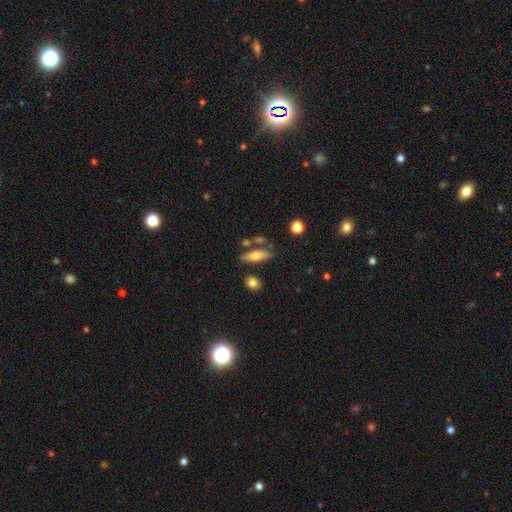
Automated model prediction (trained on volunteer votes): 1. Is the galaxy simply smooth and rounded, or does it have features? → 67% smooth, 25% featured or disk, 8% star or artifact.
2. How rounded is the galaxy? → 49% in between, 48% cigar-shaped, 3% round.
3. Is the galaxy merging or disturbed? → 64% none, 16% minor disturbance, 14% merger, 6% major disturbance.